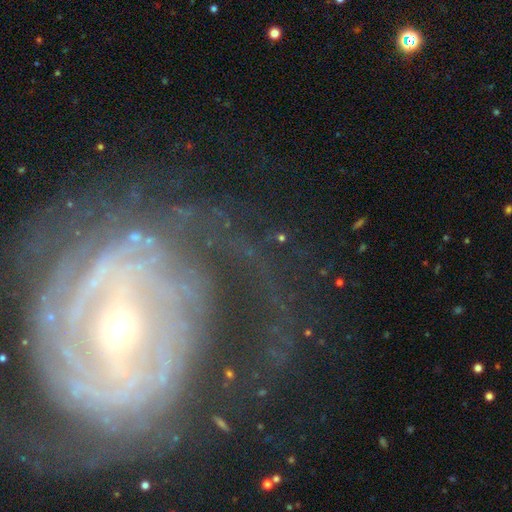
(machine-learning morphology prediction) Q: Smooth or featured?
A: featured or disk (83%); runner-up: star or artifact (9%)
Q: Edge-on disk?
A: no (96%); runner-up: yes (4%)
Q: Bar?
A: no (36%); runner-up: weak (32%)
Q: Spiral arms?
A: yes (89%); runner-up: no (11%)
Q: Spiral winding?
A: tight (56%); runner-up: medium (29%)
Q: Spiral arm count?
A: can't tell (35%); runner-up: 2 (26%)
Q: Bulge size?
A: small (78%); runner-up: moderate (17%)
Q: Merging?
A: none (54%); runner-up: major disturbance (26%)